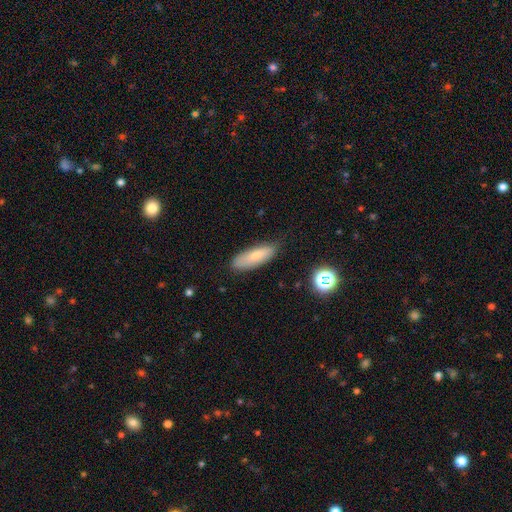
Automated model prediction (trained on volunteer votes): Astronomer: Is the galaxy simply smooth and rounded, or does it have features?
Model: smooth — 74%.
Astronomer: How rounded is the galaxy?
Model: in between — 55% (runner-up: cigar-shaped, 43%).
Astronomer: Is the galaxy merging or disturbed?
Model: none — 76%.